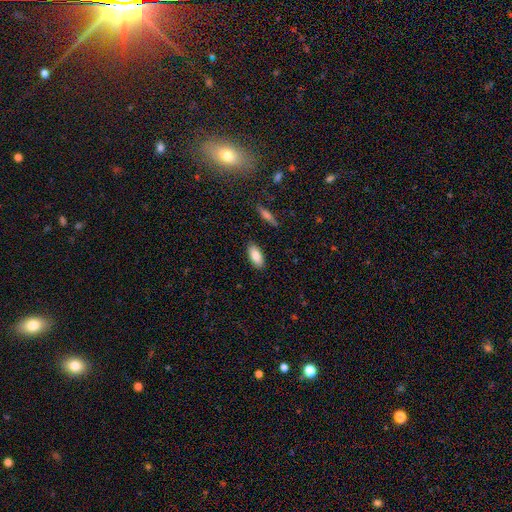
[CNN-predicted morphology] Smooth or featured?
  - smooth: 85% *
  - featured or disk: 8%
  - star or artifact: 7%
How rounded?
  - in between: 88% *
  - cigar-shaped: 10%
  - round: 2%
Merging?
  - none: 88% *
  - minor disturbance: 9%
  - major disturbance: 2%
  - merger: 1%